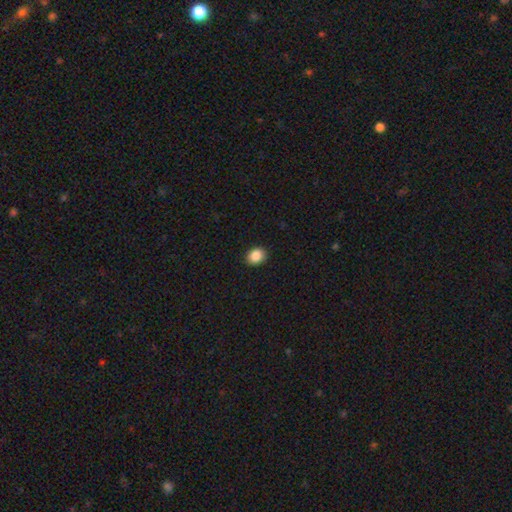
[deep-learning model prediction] This is clearly a smooth galaxy (87%). How rounded: possibly round (56%). Merging: clearly none (91%).